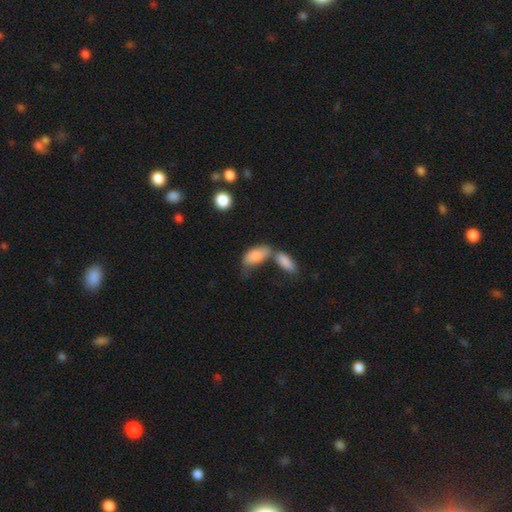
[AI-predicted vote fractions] smooth_or_featured: smooth (p=0.81) [alt: featured or disk p=0.13]
how_rounded: in between (p=0.88) [alt: cigar-shaped p=0.08]
merging: merger (p=0.53) [alt: none p=0.25]